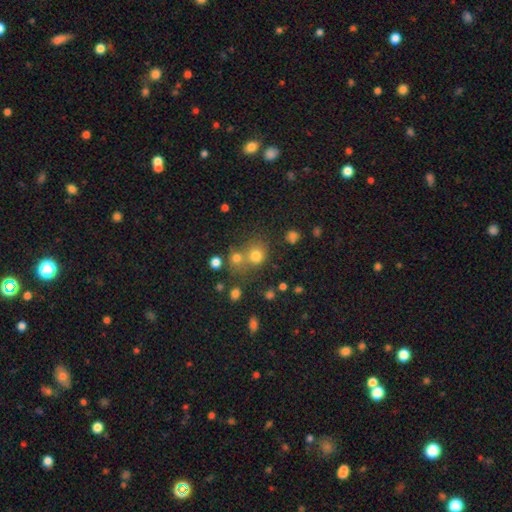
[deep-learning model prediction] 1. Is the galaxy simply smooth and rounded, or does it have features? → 73% smooth, 18% star or artifact, 9% featured or disk.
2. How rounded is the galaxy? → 81% round, 18% in between, 1% cigar-shaped.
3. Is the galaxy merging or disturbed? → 52% none, 34% merger, 9% minor disturbance, 5% major disturbance.